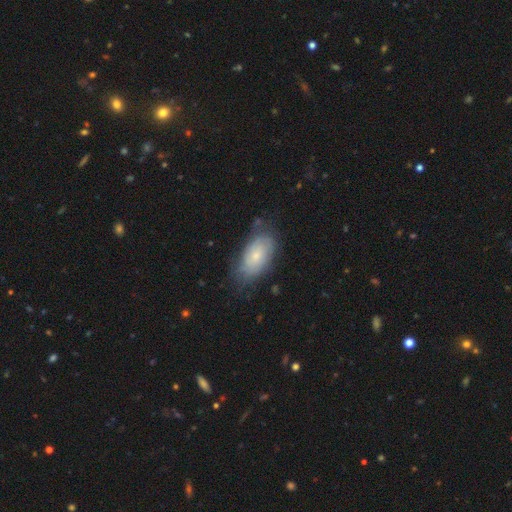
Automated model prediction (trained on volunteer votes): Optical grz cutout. It shows a smooth galaxy with no disk features (58%) that is in between round and cigar-shaped (92%). Merging: none (68%).